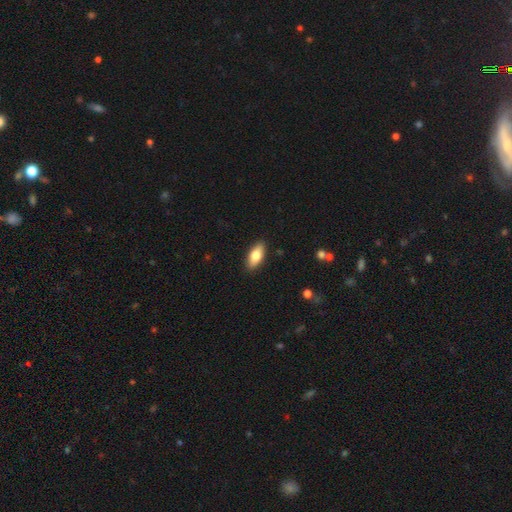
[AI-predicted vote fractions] smooth-or-featured: smooth: 76% | featured or disk: 18% | star or artifact: 6%
  how-rounded: in between: 84% | cigar-shaped: 13% | round: 3%
  merging: none: 89% | minor disturbance: 8% | major disturbance: 2% | merger: 1%